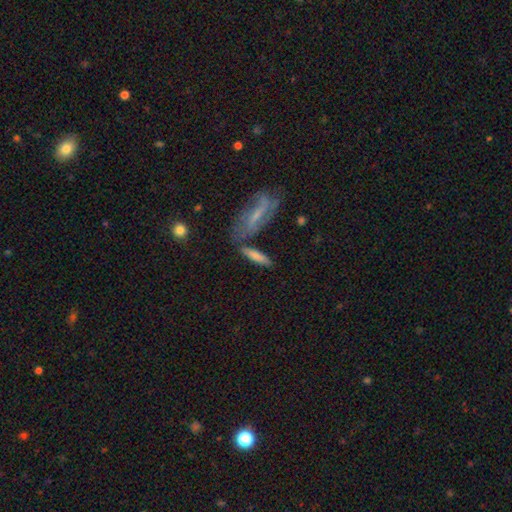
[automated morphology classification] smooth_or_featured: smooth (p=0.73) [alt: featured or disk p=0.21]
how_rounded: cigar-shaped (p=0.71) [alt: in between p=0.27]
merging: none (p=0.65) [alt: merger p=0.15]